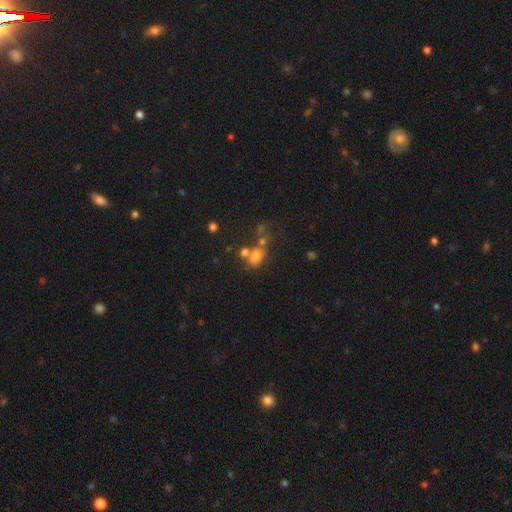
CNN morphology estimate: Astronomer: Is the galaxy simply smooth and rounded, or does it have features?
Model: smooth — 68%.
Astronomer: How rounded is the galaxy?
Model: in between — 59% (runner-up: round, 39%).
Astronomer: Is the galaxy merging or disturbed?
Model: merger — 40% (runner-up: none, 38%).